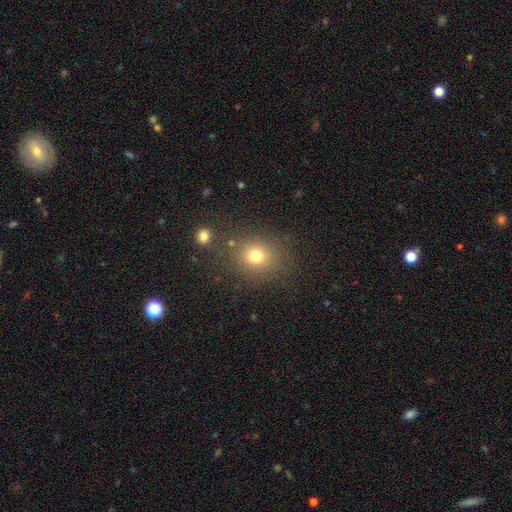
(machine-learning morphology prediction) This is likely a smooth galaxy (76%). How rounded: likely round (78%). Merging: likely none (80%).